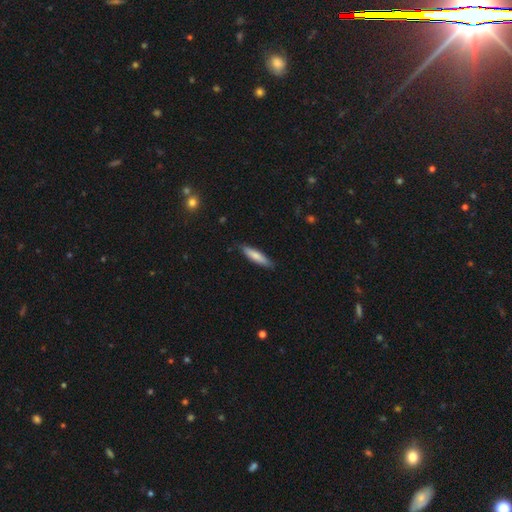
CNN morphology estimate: Smooth or featured? smooth (75%)
How rounded? cigar-shaped (80%)
Merging? none (86%)